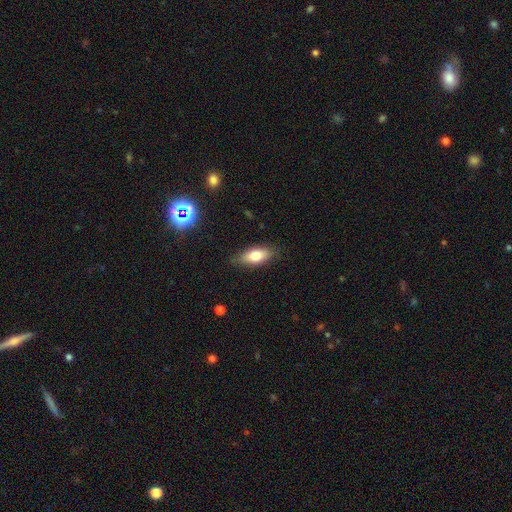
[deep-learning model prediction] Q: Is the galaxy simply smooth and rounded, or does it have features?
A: smooth — 74%.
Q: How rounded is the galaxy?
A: in between — 80%.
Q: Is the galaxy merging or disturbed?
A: none — 82%.